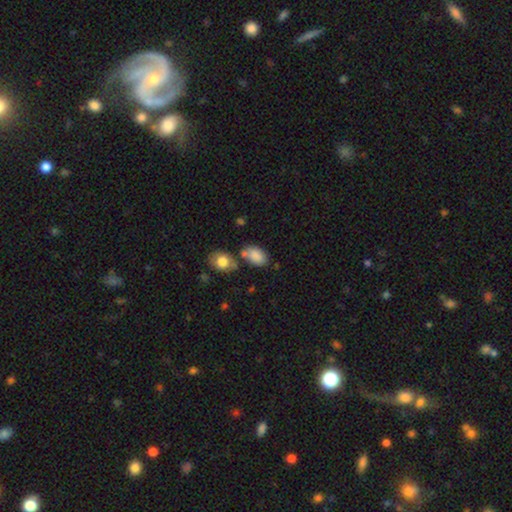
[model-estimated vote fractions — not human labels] Smooth or featured? smooth (85%)
How rounded? in between (88%)
Merging? none (57%)